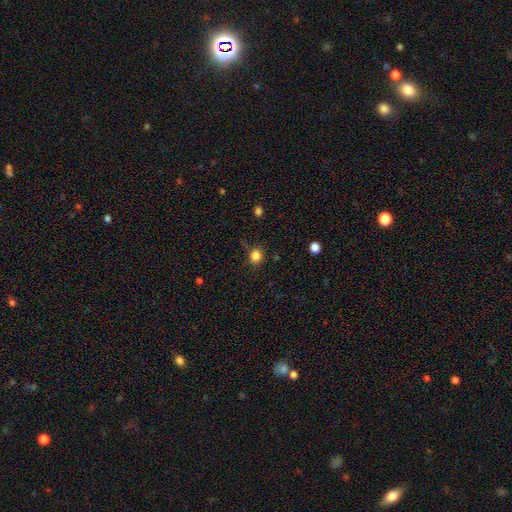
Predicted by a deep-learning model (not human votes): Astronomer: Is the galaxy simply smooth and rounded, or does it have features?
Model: smooth — 84%.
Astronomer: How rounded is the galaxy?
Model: round — 76%.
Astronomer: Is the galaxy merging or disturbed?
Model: none — 82%.